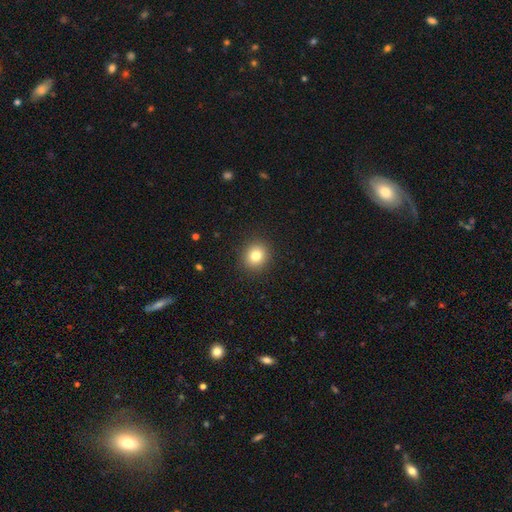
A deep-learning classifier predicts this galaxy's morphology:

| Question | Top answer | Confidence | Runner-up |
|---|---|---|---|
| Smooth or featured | smooth | 80% | star or artifact (12%) |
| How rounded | round | 85% | in between (14%) |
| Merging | none | 91% | minor disturbance (6%) |